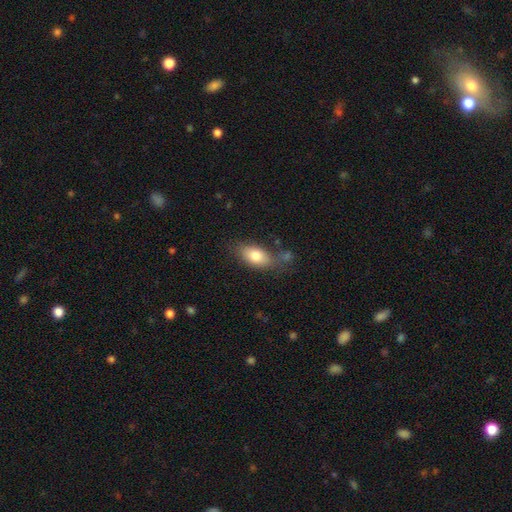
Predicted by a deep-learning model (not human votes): Smooth or featured?
  - smooth: 79% *
  - featured or disk: 13%
  - star or artifact: 7%
How rounded?
  - in between: 88% *
  - round: 7%
  - cigar-shaped: 5%
Merging?
  - none: 63% *
  - minor disturbance: 21%
  - merger: 9%
  - major disturbance: 7%